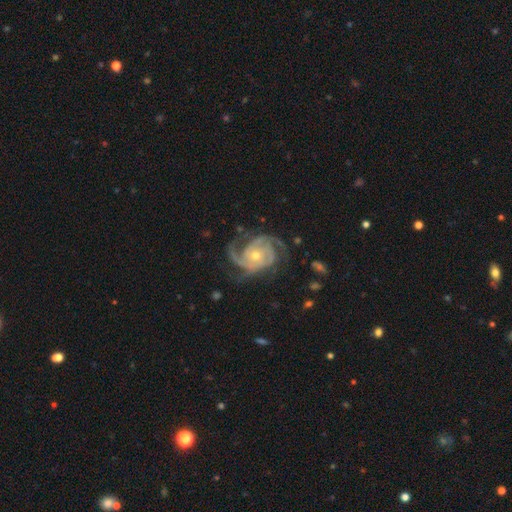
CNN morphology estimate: Smooth or featured? featured or disk (93%)
Edge-on disk? no (98%)
Bar? no (73%)
Spiral arms? yes (98%)
Spiral winding? tight (55%)
Spiral arm count? 3 (56%)
Bulge size? small (52%)
Merging? none (72%)